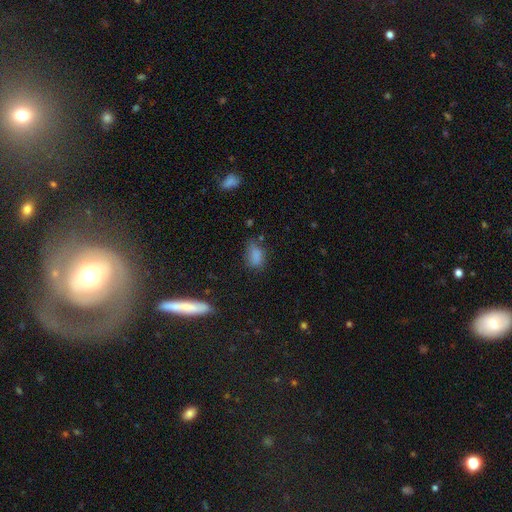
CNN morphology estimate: A smooth galaxy with no disk features (82%) that is in between round and cigar-shaped (85%).

Vote fractions:
- Smooth or featured? smooth: 82% / star or artifact: 11% / featured or disk: 7%
- How rounded? in between: 85% / round: 10% / cigar-shaped: 4%
- Merging? none: 57% / minor disturbance: 29% / major disturbance: 10% / merger: 3%